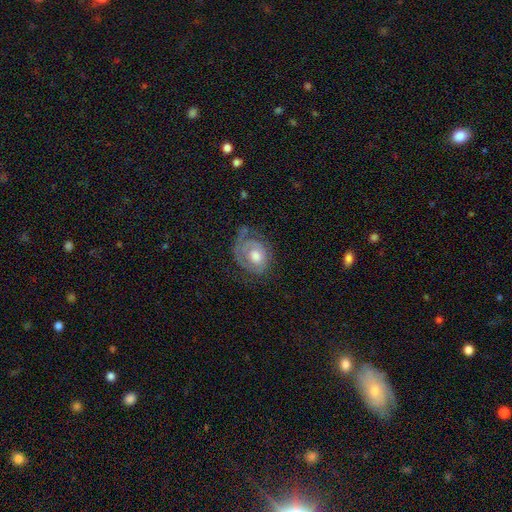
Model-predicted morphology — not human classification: This is likely a featured or disk galaxy (70%). It is clearly not viewed edge-on (96%). Bar: likely no (77%). Spiral arm pattern: clearly yes (82%). Spiral arm count: possibly 1 (48%). Spiral winding: likely tight (65%). Central bulge: likely moderate (62%). Merging: possibly none (55%).